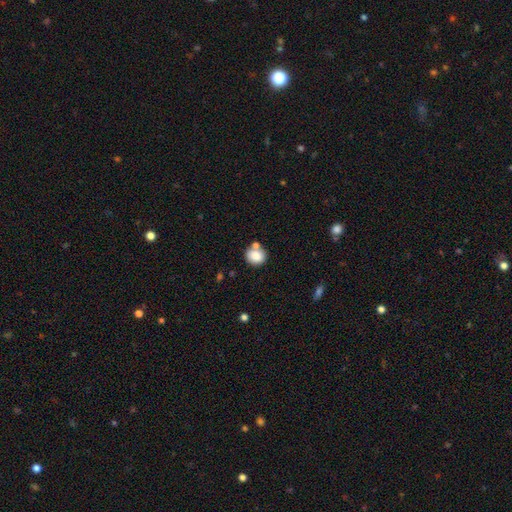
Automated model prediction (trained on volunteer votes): A smooth galaxy with no disk features (83%) that is round (73%). Merging: none (63%).